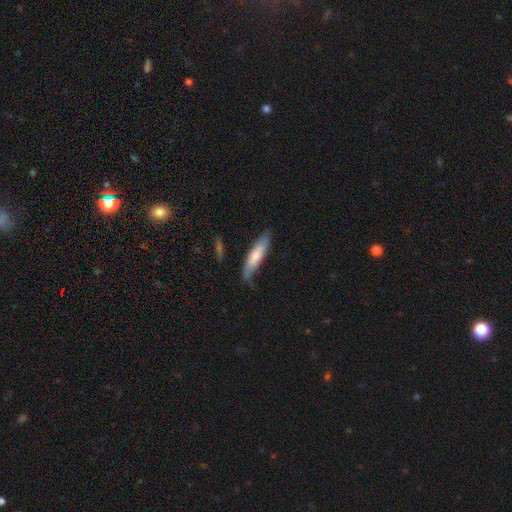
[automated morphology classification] This is likely a smooth galaxy (61%). How rounded: likely cigar-shaped (68%). Merging: likely none (66%).